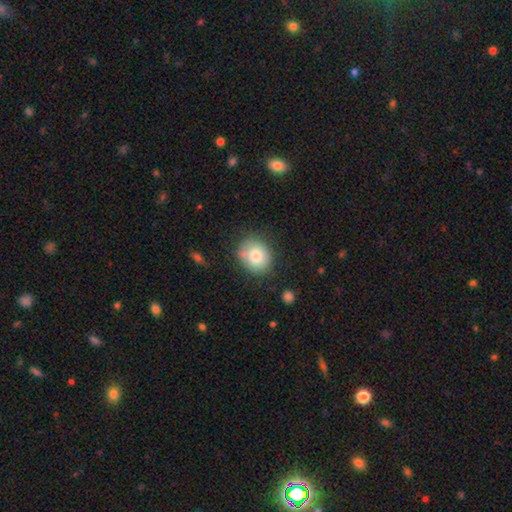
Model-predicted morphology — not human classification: Overall: smooth (79%). How rounded: round (68%; in between 32%). Merging: none (75%).